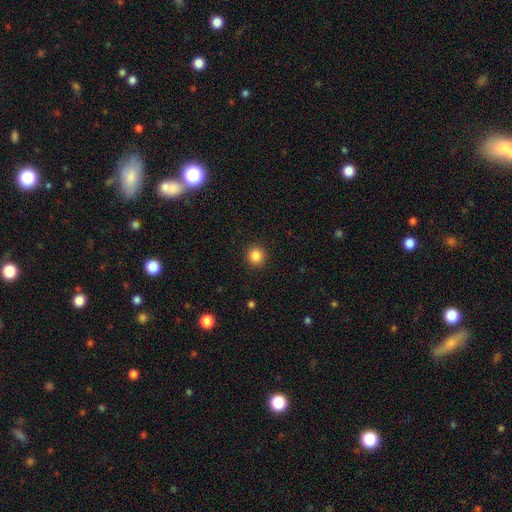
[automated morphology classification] The model was most divided on "smooth or featured": smooth: 85%, star or artifact: 11%, featured or disk: 4%. More confident: how rounded — round (94%); merging — none (92%).